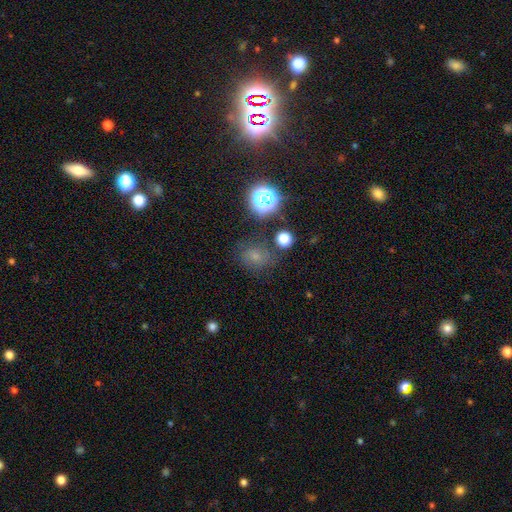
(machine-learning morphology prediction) Smooth or featured: smooth — 59% (star or artifact — 29%)
How rounded: round — 62% (in between — 37%)
Merging: none — 71% (minor disturbance — 16%)